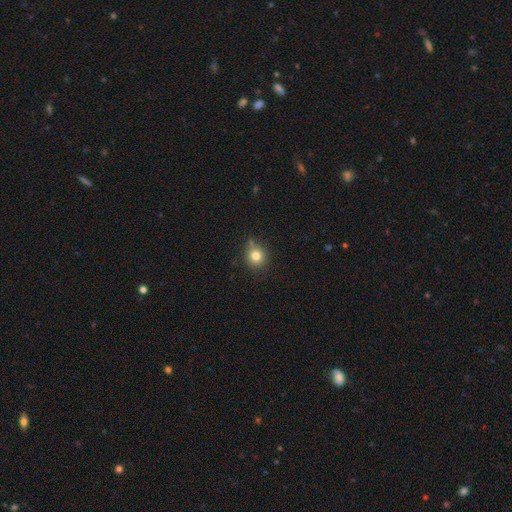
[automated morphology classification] The model was most divided on "merging": none: 78%, minor disturbance: 15%, merger: 5%, major disturbance: 3%. More confident: how rounded — round (89%); smooth or featured — smooth (80%).